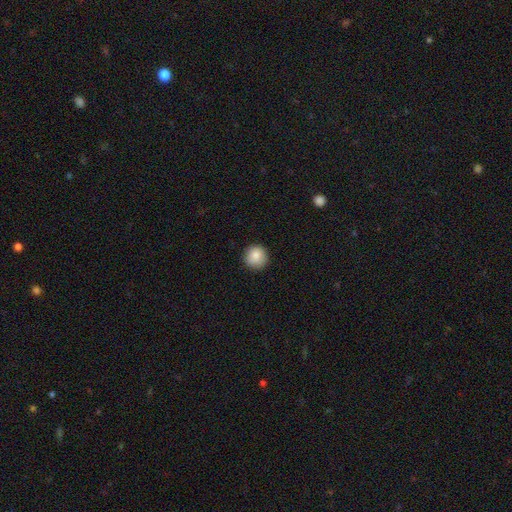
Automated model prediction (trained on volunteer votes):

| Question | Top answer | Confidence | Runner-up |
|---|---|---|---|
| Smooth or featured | smooth | 84% | star or artifact (8%) |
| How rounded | round | 94% | in between (5%) |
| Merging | none | 88% | minor disturbance (9%) |